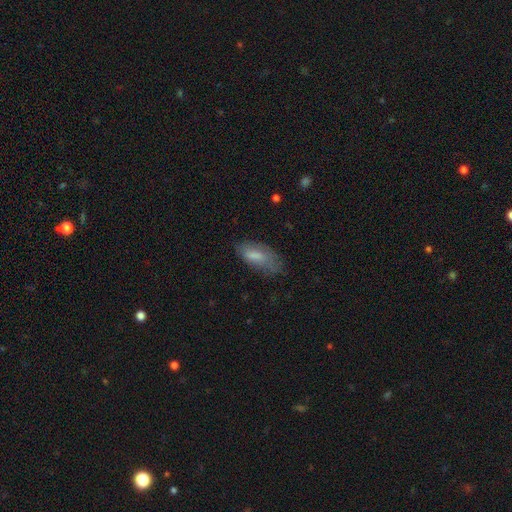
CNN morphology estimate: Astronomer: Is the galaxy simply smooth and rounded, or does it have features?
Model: smooth — 76%.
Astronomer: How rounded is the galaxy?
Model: in between — 82%.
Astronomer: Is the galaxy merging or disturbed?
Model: none — 55% (runner-up: minor disturbance, 30%).